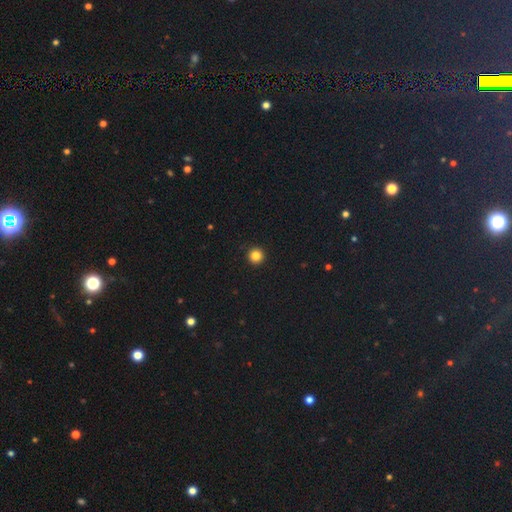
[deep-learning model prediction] This appears to be a smooth galaxy with no disk features (84%) that is round (96%). Merging: none (94%).